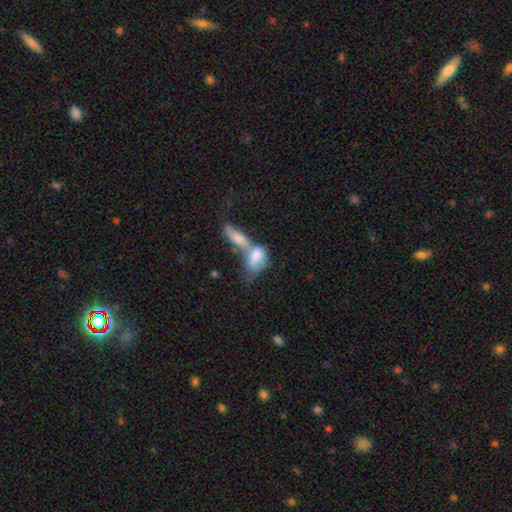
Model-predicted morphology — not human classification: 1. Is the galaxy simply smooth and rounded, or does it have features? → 72% smooth, 21% featured or disk, 7% star or artifact.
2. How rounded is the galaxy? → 81% in between, 10% round, 8% cigar-shaped.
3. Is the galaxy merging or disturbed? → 70% merger, 15% none, 8% minor disturbance, 7% major disturbance.